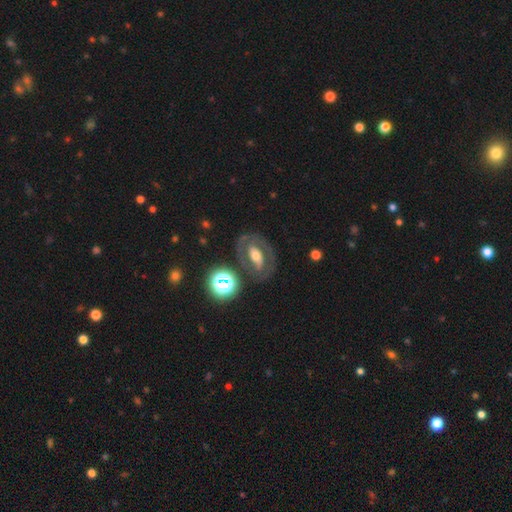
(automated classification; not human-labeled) Q: Smooth or featured?
A: featured or disk (65%); runner-up: smooth (26%)
Q: Edge-on disk?
A: no (94%); runner-up: yes (6%)
Q: Bar?
A: no (42%); runner-up: weak (30%)
Q: Spiral arms?
A: yes (51%); runner-up: no (49%)
Q: Bulge size?
A: moderate (55%); runner-up: small (21%)
Q: Merging?
A: none (73%); runner-up: minor disturbance (14%)